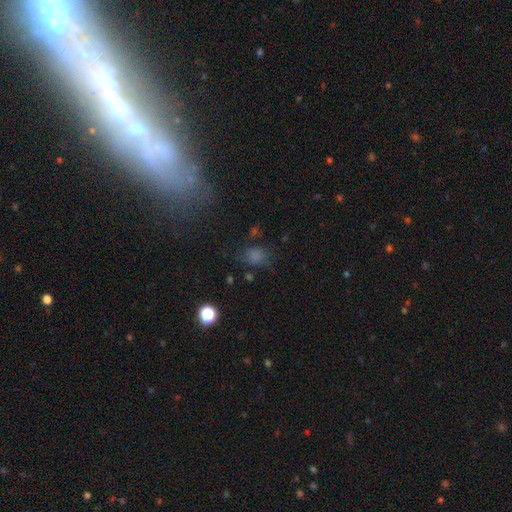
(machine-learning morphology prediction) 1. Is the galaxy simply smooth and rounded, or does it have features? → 57% smooth, 29% star or artifact, 14% featured or disk.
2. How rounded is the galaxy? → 55% in between, 42% round, 3% cigar-shaped.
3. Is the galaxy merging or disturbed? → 65% none, 18% minor disturbance, 12% major disturbance, 5% merger.